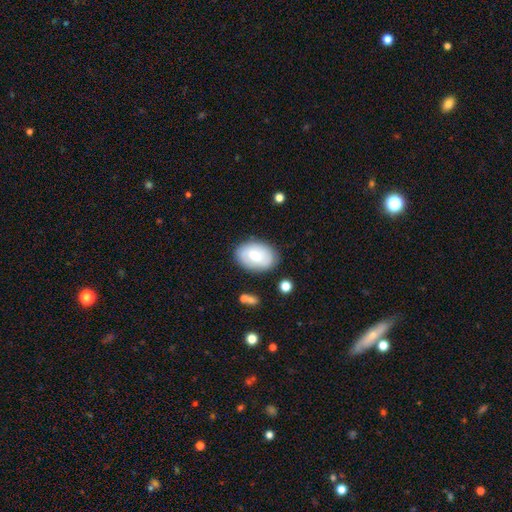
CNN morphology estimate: This is likely a smooth galaxy (68%). How rounded: clearly in between (87%). Merging: clearly none (81%).